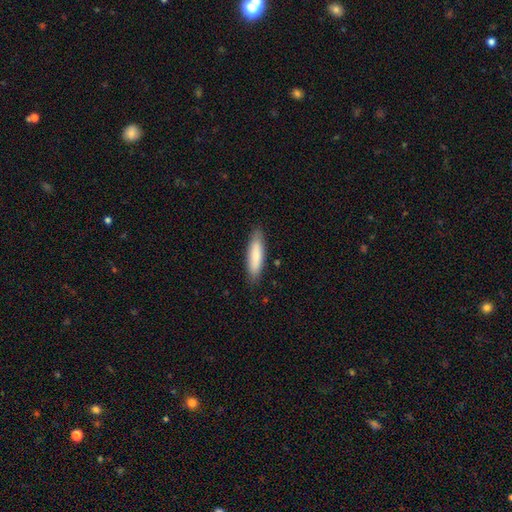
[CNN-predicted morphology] smooth_or_featured: smooth (p=0.82) [alt: featured or disk p=0.13]
how_rounded: cigar-shaped (p=0.66) [alt: in between p=0.33]
merging: none (p=0.86) [alt: minor disturbance p=0.11]